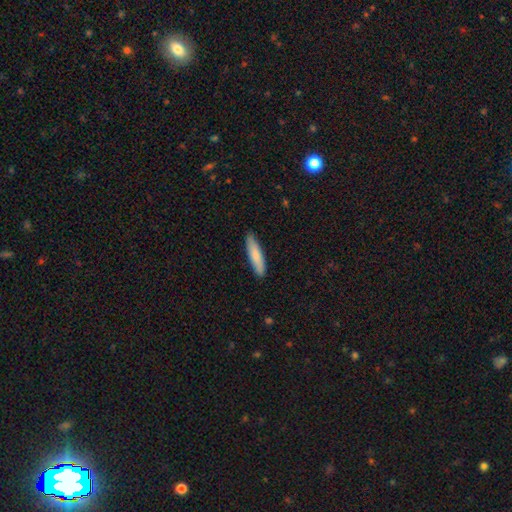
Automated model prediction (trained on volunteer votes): Overall: smooth (82%). How rounded: cigar-shaped (82%). Merging: none (89%).